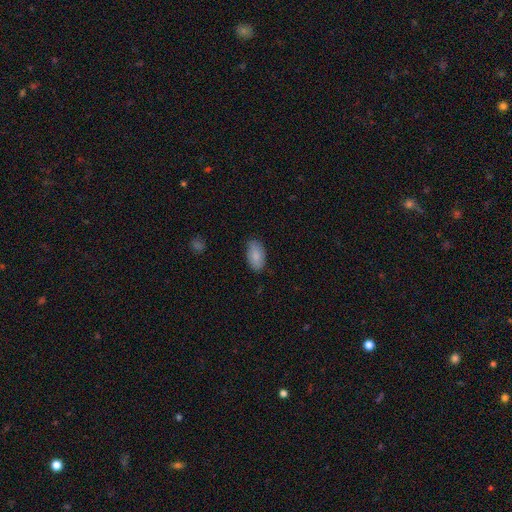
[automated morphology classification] smooth-or-featured: smooth: 83% | featured or disk: 11% | star or artifact: 6%
  how-rounded: in between: 94% | round: 4% | cigar-shaped: 2%
  merging: none: 77% | minor disturbance: 19% | major disturbance: 3% | merger: 1%